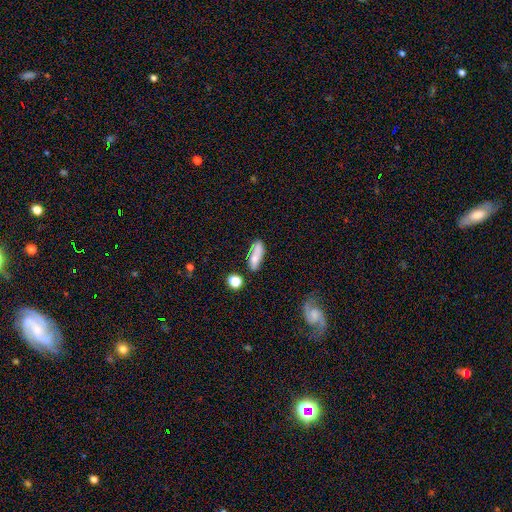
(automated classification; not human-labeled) Smooth or featured: smooth — 69% (featured or disk — 21%)
How rounded: in between — 62% (cigar-shaped — 34%)
Merging: none — 60% (minor disturbance — 22%)